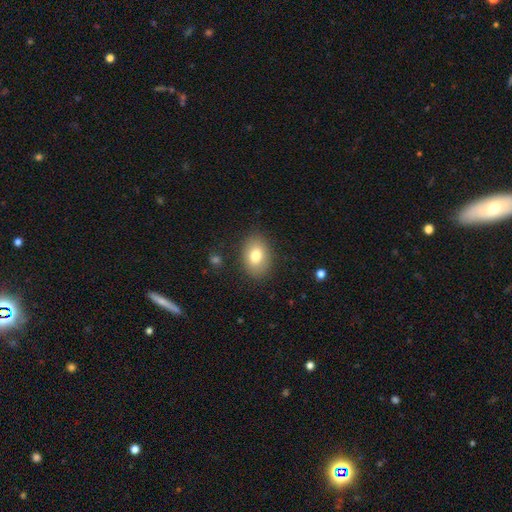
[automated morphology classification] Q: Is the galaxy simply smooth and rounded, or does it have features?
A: smooth — 78%.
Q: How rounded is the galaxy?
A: in between — 78%.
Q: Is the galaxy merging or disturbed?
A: none — 85%.